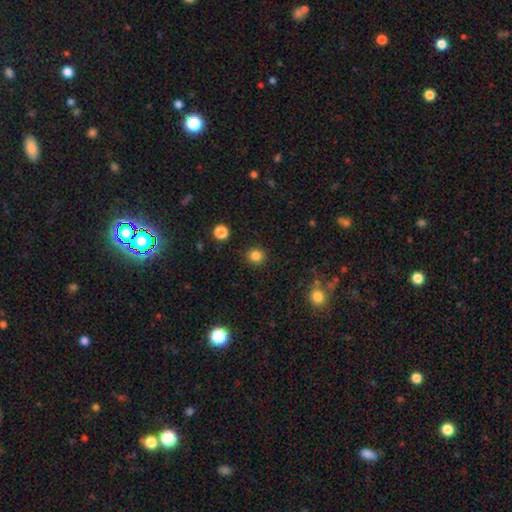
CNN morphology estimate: smooth-or-featured: smooth: 83% | star or artifact: 13% | featured or disk: 4%
  how-rounded: round: 90% | in between: 9% | cigar-shaped: 1%
  merging: none: 90% | minor disturbance: 6% | major disturbance: 2% | merger: 1%